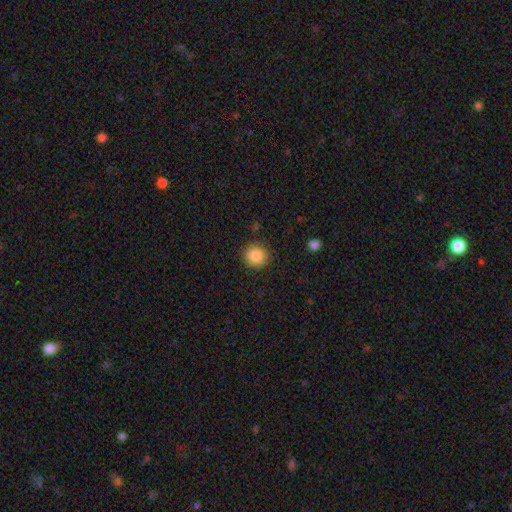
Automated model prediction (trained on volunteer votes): Smooth or featured?
  - smooth: 88% *
  - star or artifact: 9%
  - featured or disk: 3%
How rounded?
  - round: 91% *
  - in between: 8%
  - cigar-shaped: 1%
Merging?
  - none: 89% *
  - minor disturbance: 7%
  - major disturbance: 3%
  - merger: 1%